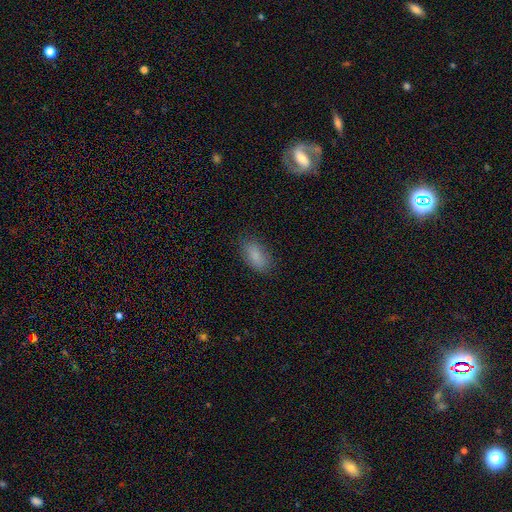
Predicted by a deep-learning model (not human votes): A smooth galaxy with no disk features (86%) that is in between round and cigar-shaped (90%). Merging: none (84%).